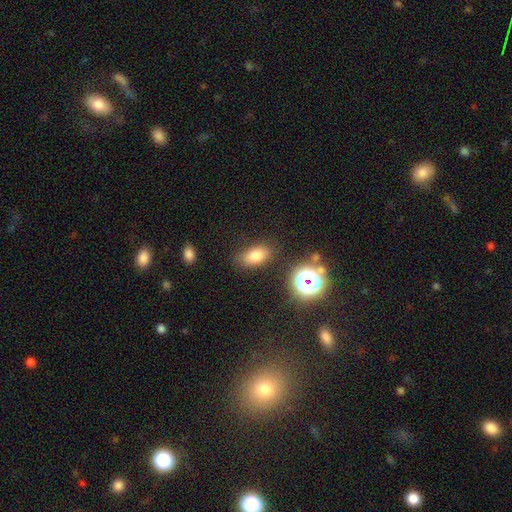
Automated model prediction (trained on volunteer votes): Morphology: type=smooth (75%); roundness=in between (83%); merging=none (82%).